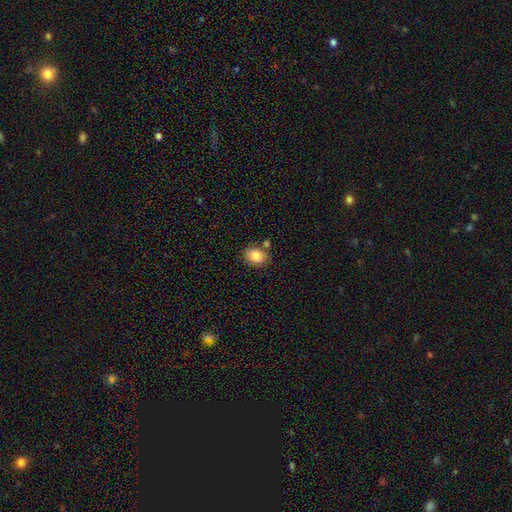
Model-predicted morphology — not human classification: This is clearly a smooth galaxy (85%). How rounded: possibly in between (59%). Merging: likely none (74%).